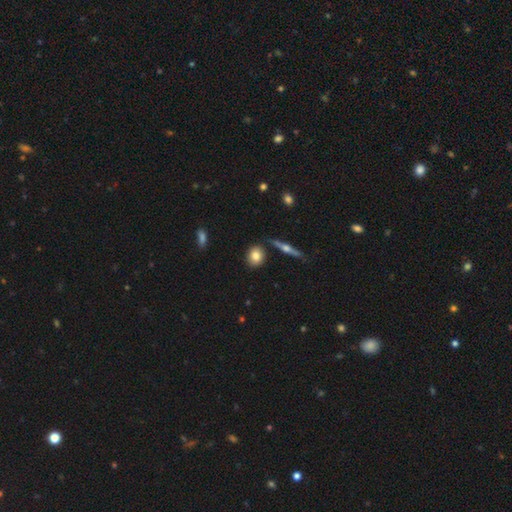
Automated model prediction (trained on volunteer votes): Morphology: type=smooth (76%); roundness=round (58%); merging=none (82%).